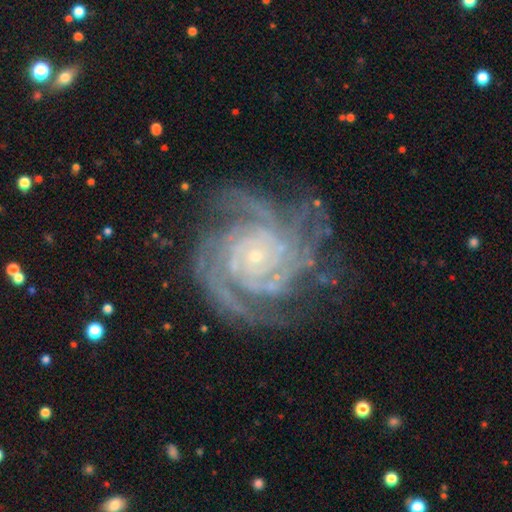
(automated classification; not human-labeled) Q: Smooth or featured?
A: featured or disk (91%); runner-up: star or artifact (6%)
Q: Edge-on disk?
A: no (98%); runner-up: yes (2%)
Q: Bar?
A: no (78%); runner-up: weak (15%)
Q: Spiral arms?
A: yes (98%); runner-up: no (2%)
Q: Spiral winding?
A: tight (76%); runner-up: medium (21%)
Q: Spiral arm count?
A: 4 (27%); runner-up: 3 (21%)
Q: Bulge size?
A: small (86%); runner-up: moderate (9%)
Q: Merging?
A: none (72%); runner-up: minor disturbance (17%)